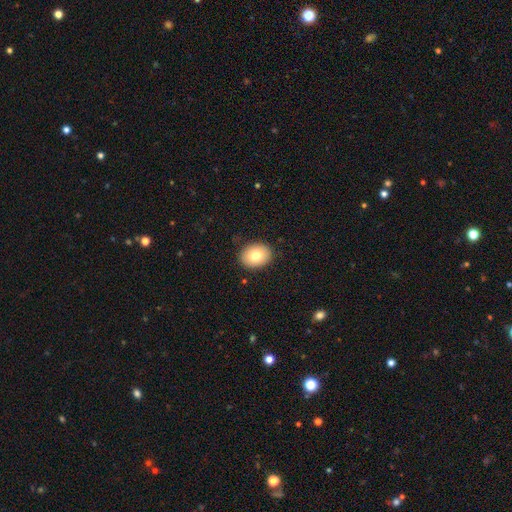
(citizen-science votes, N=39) Smooth or featured?
  - smooth: 74% *
  - featured or disk: 15%
  - star or artifact: 10%
How rounded?
  - in between: 52% *
  - round: 48%
  - cigar-shaped: 0%
Merging?
  - none: 86% *
  - minor disturbance: 14%
  - major disturbance: 0%
  - merger: 0%